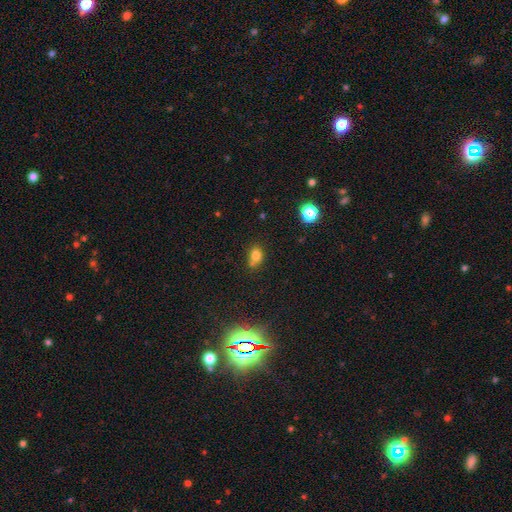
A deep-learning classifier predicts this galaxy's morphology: smooth_or_featured: smooth (p=0.75) [alt: star or artifact p=0.15]
how_rounded: in between (p=0.60) [alt: round p=0.38]
merging: none (p=0.52) [alt: merger p=0.23]